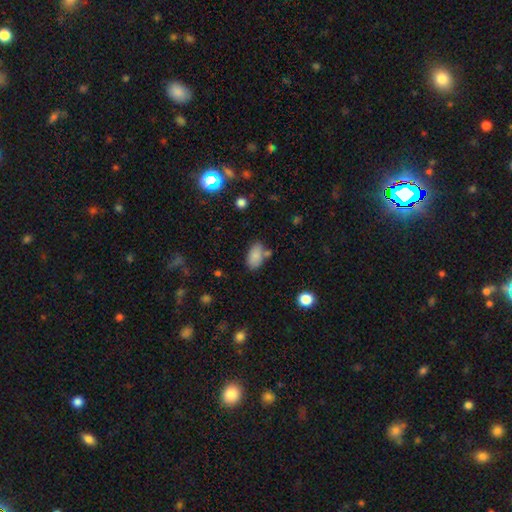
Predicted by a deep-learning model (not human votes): A smooth galaxy with no disk features (84%) that is in between round and cigar-shaped (93%).

Vote fractions:
- Smooth or featured? smooth: 84% / star or artifact: 9% / featured or disk: 7%
- How rounded? in between: 93% / round: 5% / cigar-shaped: 2%
- Merging? none: 66% / minor disturbance: 16% / merger: 13% / major disturbance: 4%